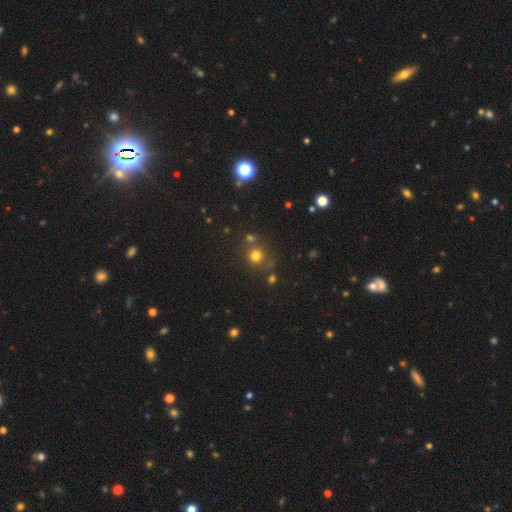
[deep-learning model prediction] smooth-or-featured: smooth: 72% | star or artifact: 20% | featured or disk: 8%
  how-rounded: round: 91% | in between: 8% | cigar-shaped: 1%
  merging: none: 71% | merger: 15% | minor disturbance: 9% | major disturbance: 4%